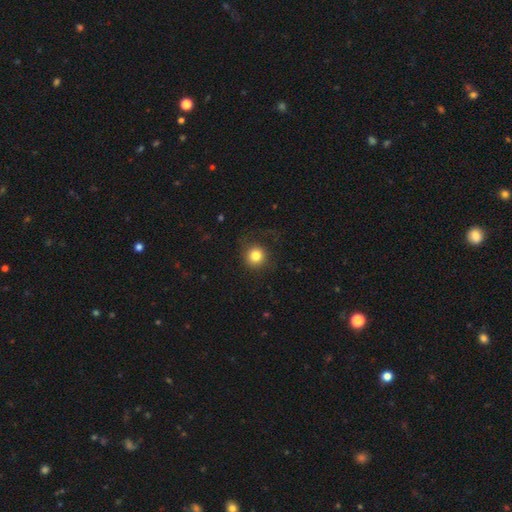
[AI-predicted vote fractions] A smooth galaxy with no disk features (82%) that is round (93%).

Vote fractions:
- Smooth or featured? smooth: 82% / star or artifact: 11% / featured or disk: 7%
- How rounded? round: 93% / in between: 6% / cigar-shaped: 1%
- Merging? none: 81% / minor disturbance: 11% / major disturbance: 7% / merger: 1%